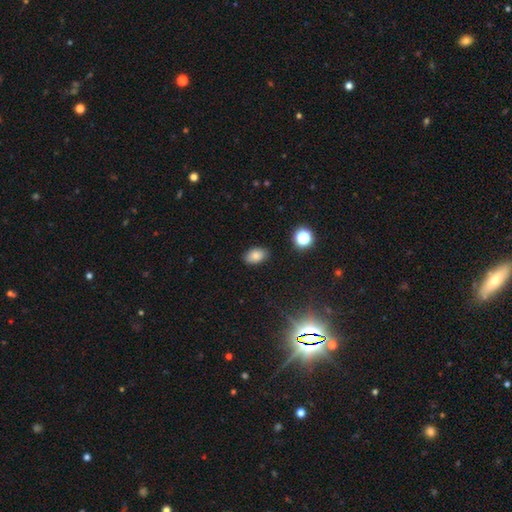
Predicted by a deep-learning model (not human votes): Morphology: type=smooth (79%); roundness=in between (87%); merging=none (86%).